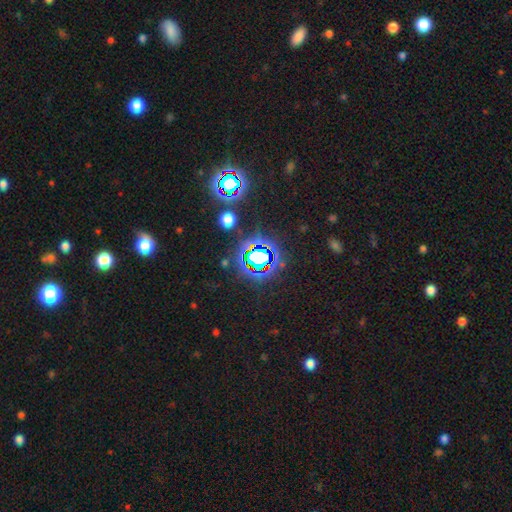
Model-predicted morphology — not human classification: A star or artifact, not a galaxy (72%).

Vote fractions:
- Smooth or featured? star or artifact: 72% / smooth: 18% / featured or disk: 10%